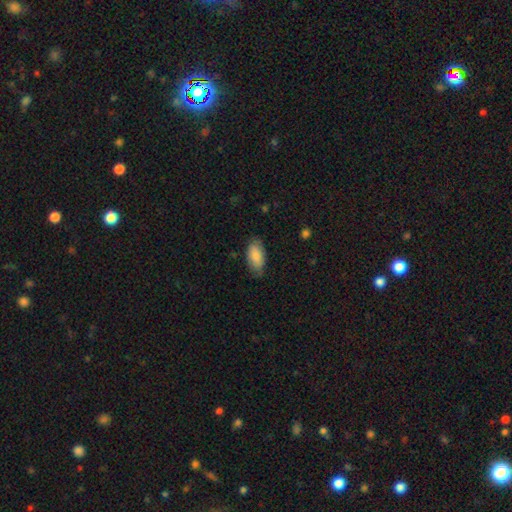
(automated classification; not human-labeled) Overall: smooth (84%). How rounded: in between (93%). Merging: none (75%).